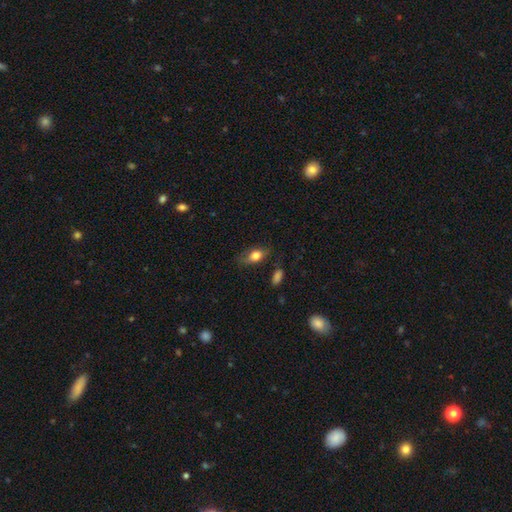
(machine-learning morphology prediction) Smooth or featured: smooth — 78% (featured or disk — 14%)
How rounded: in between — 84% (round — 10%)
Merging: none — 69% (minor disturbance — 22%)